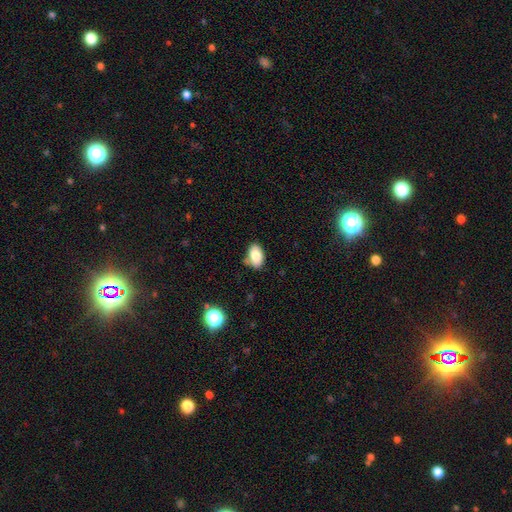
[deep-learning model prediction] A smooth galaxy with no disk features (81%) that is in between round and cigar-shaped (91%). Merging: none (75%).